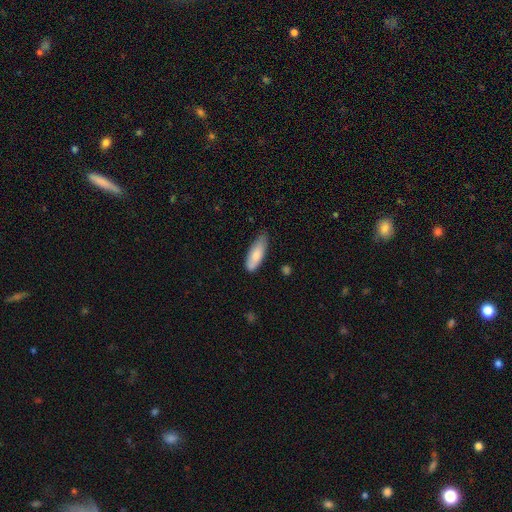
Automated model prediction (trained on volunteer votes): Morphology: type=smooth (78%); roundness=in between (62%); merging=none (64%).